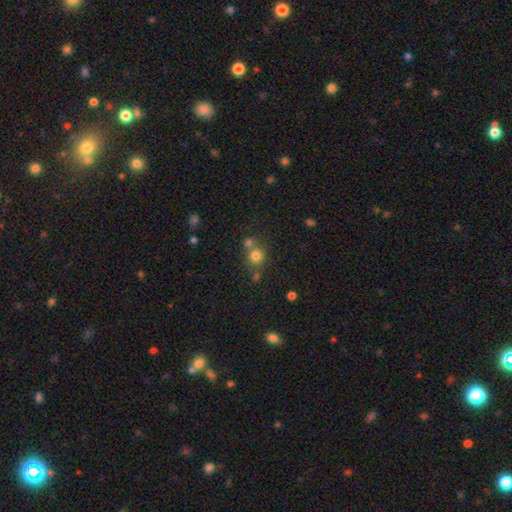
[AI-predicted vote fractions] A smooth galaxy with no disk features (77%) that is round (88%). Merging: none (59%).